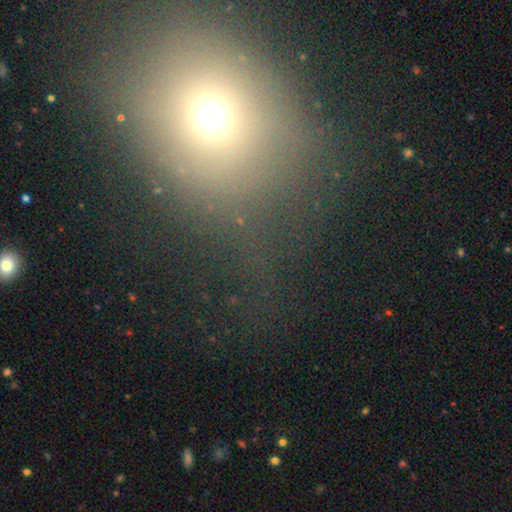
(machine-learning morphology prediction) This is possibly a smooth galaxy (57%). How rounded: likely round (69%). Merging: possibly none (57%).